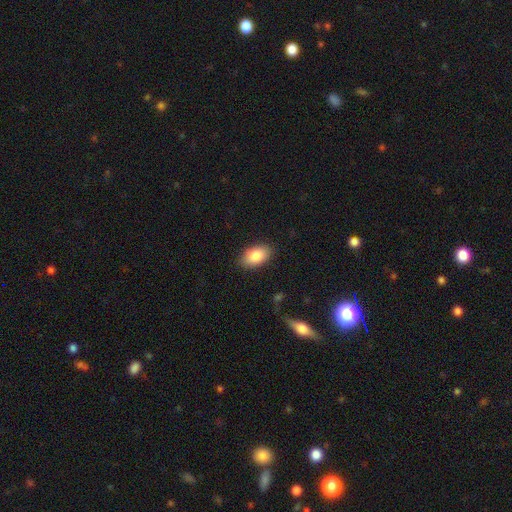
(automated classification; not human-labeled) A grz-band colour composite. It shows a smooth galaxy with no disk features (85%) that is in between round and cigar-shaped (93%). Merging: none (87%).